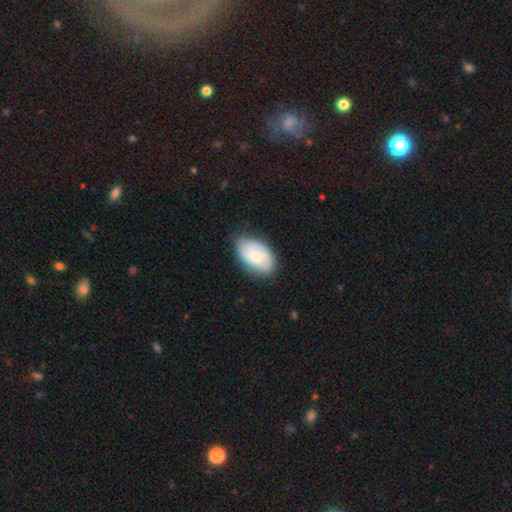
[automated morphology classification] smooth-or-featured: smooth: 68% | featured or disk: 26% | star or artifact: 6%
  how-rounded: in between: 92% | round: 7% | cigar-shaped: 1%
  merging: none: 72% | minor disturbance: 22% | major disturbance: 4% | merger: 1%